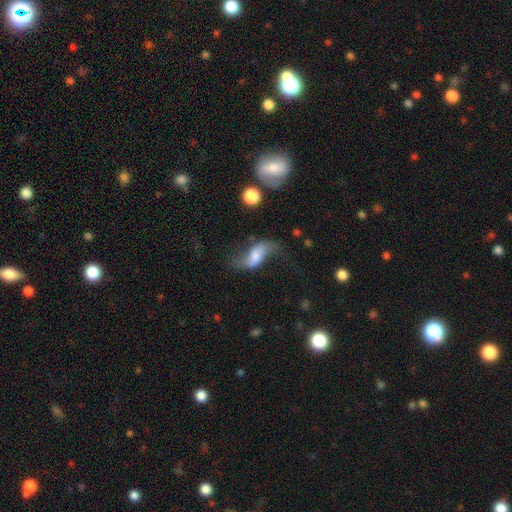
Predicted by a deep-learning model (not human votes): Morphology: type=featured or disk (64%); edge-on=no (90%); bar=no (41%); spiral arms=yes (90%); winding=loose (91%); arm count=2 (92%); bulge=moderate (36%); merging=none (54%).